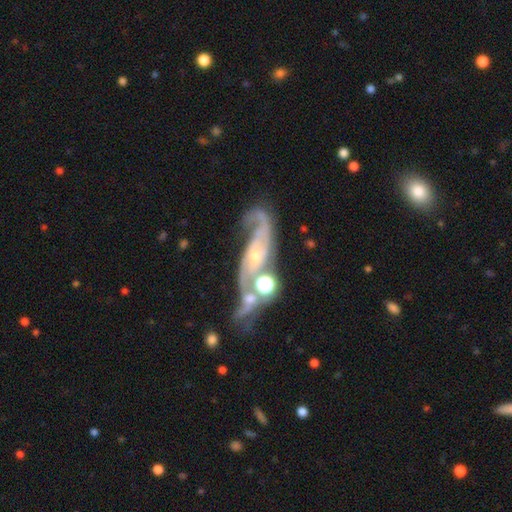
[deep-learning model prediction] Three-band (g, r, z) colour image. It shows a featured or disk galaxy (84%) with no bar (58%), 2 (73%) medium (43%) spiral arms (94%) and a small central bulge (65%). Merging: none (46%).